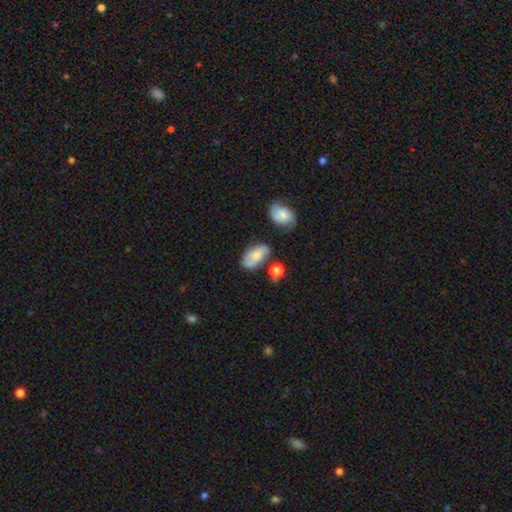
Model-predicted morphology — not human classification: smooth-or-featured: smooth: 51% | featured or disk: 41% | star or artifact: 8%
  how-rounded: in between: 90% | round: 8% | cigar-shaped: 3%
  merging: none: 58% | minor disturbance: 25% | merger: 9% | major disturbance: 8%